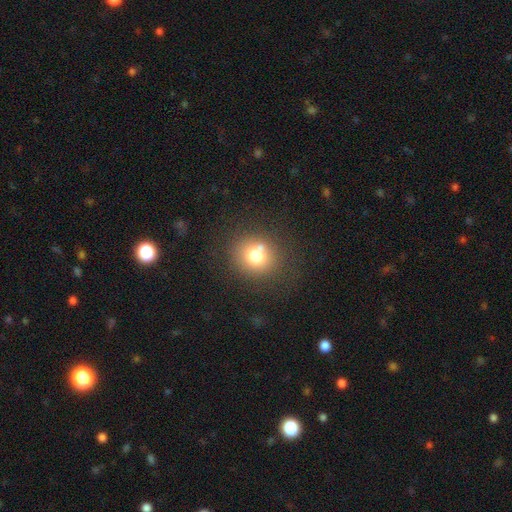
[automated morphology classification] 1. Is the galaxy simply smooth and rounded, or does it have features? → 73% smooth, 14% star or artifact, 13% featured or disk.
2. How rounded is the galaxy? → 85% round, 14% in between, 1% cigar-shaped.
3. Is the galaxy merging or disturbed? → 72% none, 12% minor disturbance, 11% merger, 5% major disturbance.